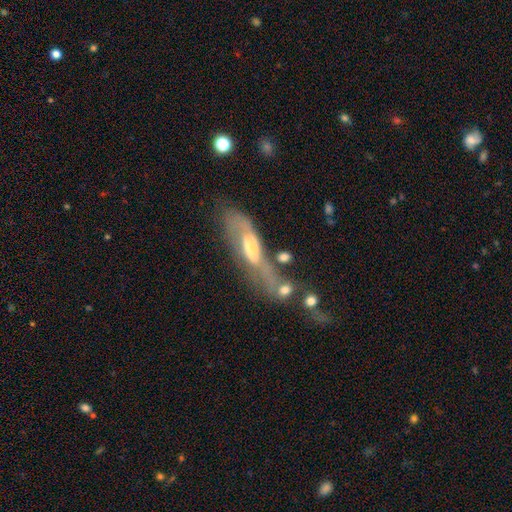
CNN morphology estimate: This appears to be a featured or disk galaxy (65%). Merging: none (46%).